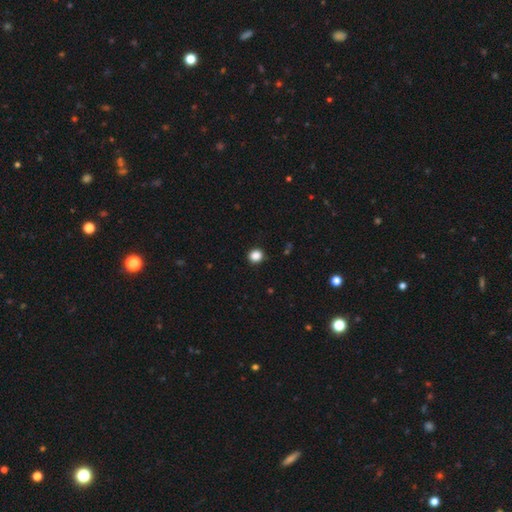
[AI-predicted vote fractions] Smooth or featured? smooth (86%)
How rounded? round (87%)
Merging? none (91%)